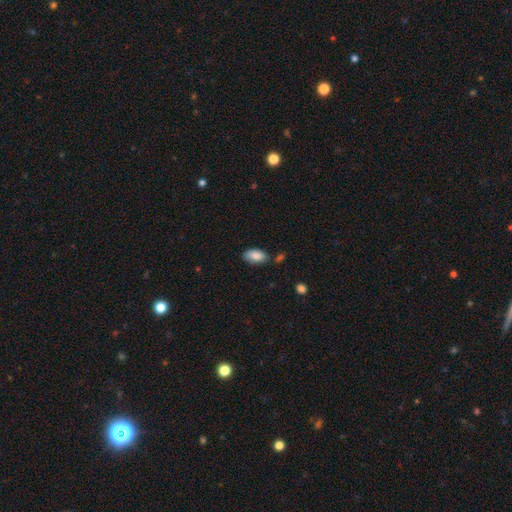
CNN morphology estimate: This is clearly a smooth galaxy (87%). How rounded: clearly in between (94%). Merging: likely none (70%).